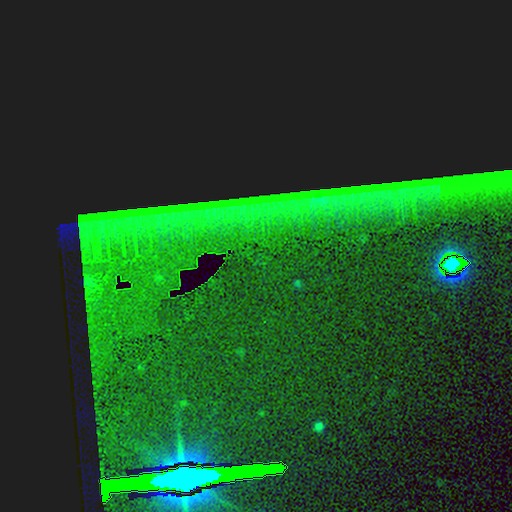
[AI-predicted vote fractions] Smooth or featured? star or artifact (85%)